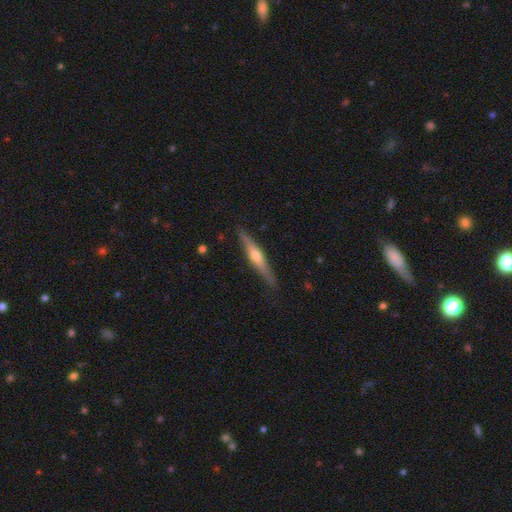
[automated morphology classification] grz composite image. It shows a featured or disk galaxy (68%) viewed edge-on (97%) with a rounded central bulge (86%). Merging: none (87%).